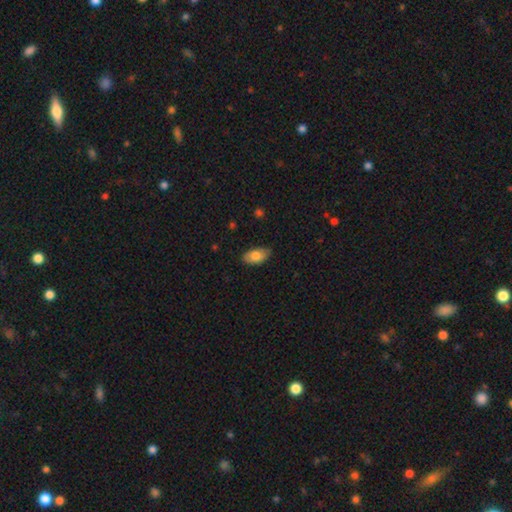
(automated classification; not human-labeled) Smooth or featured?
  - smooth: 79% *
  - featured or disk: 15%
  - star or artifact: 7%
How rounded?
  - in between: 94% *
  - round: 4%
  - cigar-shaped: 3%
Merging?
  - none: 82% *
  - minor disturbance: 15%
  - major disturbance: 2%
  - merger: 1%